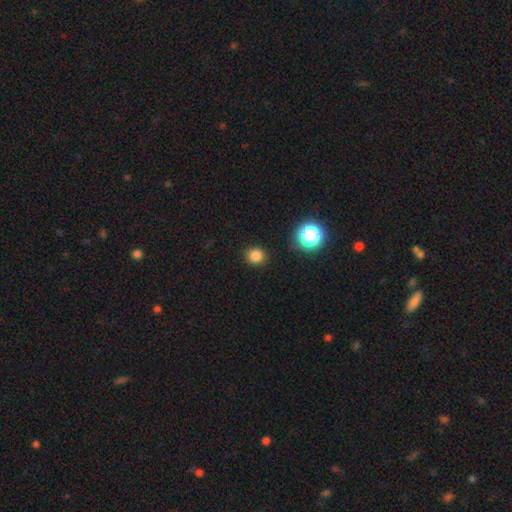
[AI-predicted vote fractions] This is clearly a smooth galaxy (81%). How rounded: clearly round (89%). Merging: clearly none (91%).